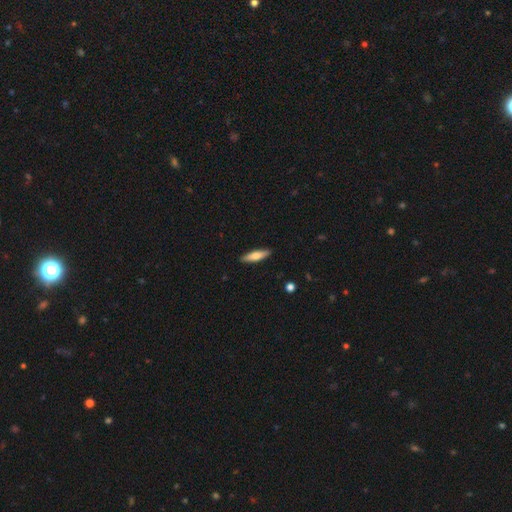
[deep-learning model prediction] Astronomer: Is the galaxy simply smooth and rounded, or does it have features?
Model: smooth — 66%.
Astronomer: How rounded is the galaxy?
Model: cigar-shaped — 68%.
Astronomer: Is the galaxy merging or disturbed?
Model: none — 90%.